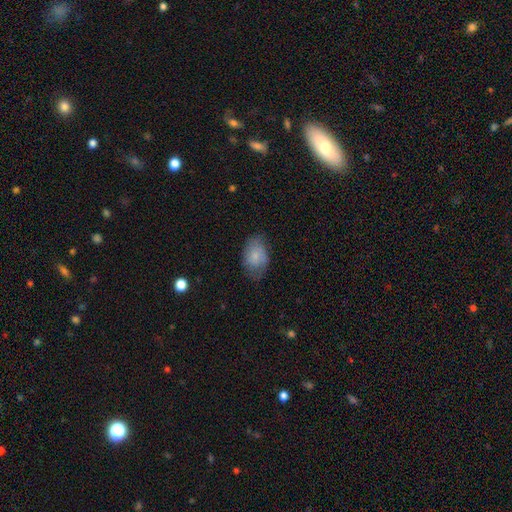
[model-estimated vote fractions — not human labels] This is likely a smooth galaxy (65%). How rounded: clearly in between (83%). Merging: likely none (61%).